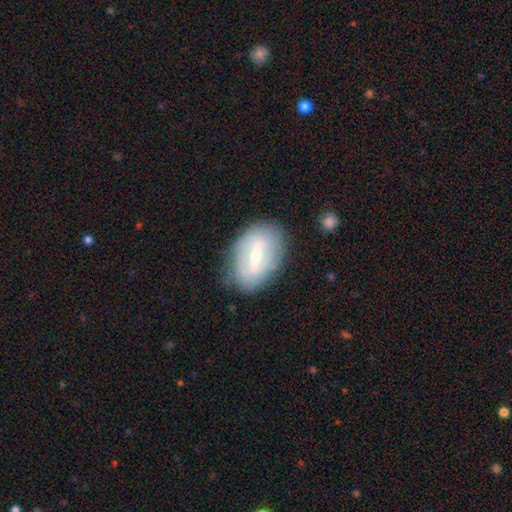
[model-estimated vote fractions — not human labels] smooth-or-featured: featured or disk: 59% | smooth: 34% | star or artifact: 7%
  disk-edge-on: no: 88% | yes: 12%
    bar: strong: 64% | weak: 29% | no: 7%
    has-spiral-arms: no: 63% | yes: 37%
    bulge-size: moderate: 42% | small: 41% | none: 11% | large: 5% | dominant: 1%
  merging: none: 76% | minor disturbance: 17% | major disturbance: 5% | merger: 2%